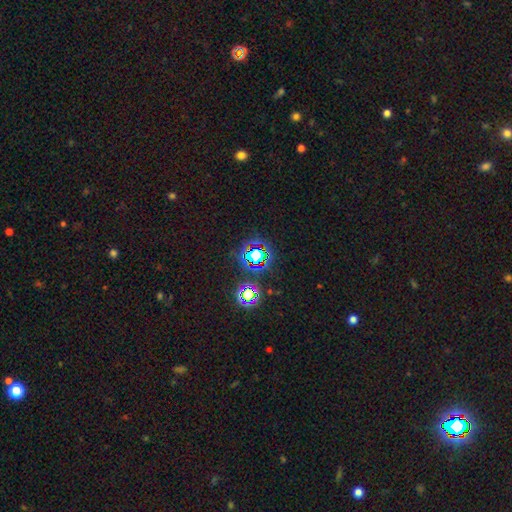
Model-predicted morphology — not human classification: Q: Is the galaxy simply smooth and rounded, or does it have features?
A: star or artifact — 70%.